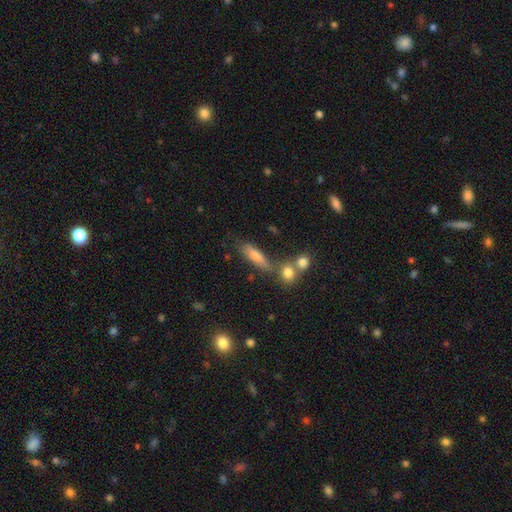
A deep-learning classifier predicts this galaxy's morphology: type=smooth (67%); roundness=cigar-shaped (58%); merging=none (58%).